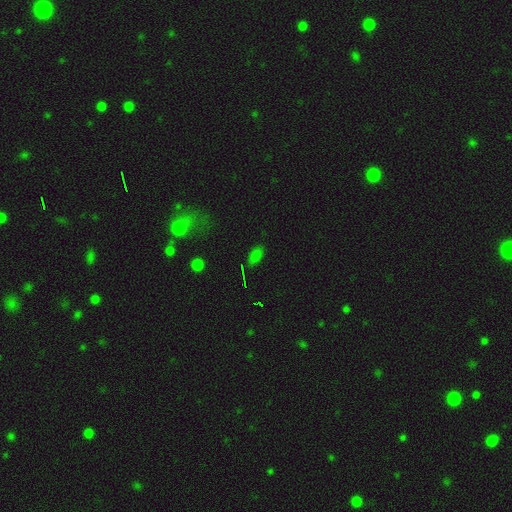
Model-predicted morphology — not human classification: Smooth or featured? Predicted: smooth (p=0.63). How rounded? Predicted: in between (p=0.85). Merging? Predicted: none (p=0.77).